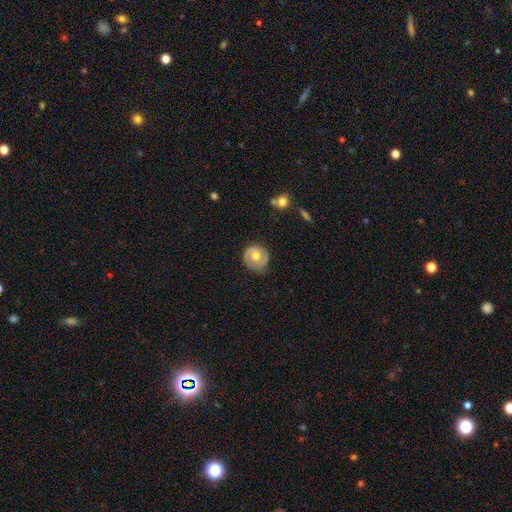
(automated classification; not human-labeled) A featured or disk galaxy (52%).

Vote fractions:
- Smooth or featured? featured or disk: 52% / smooth: 42% / star or artifact: 6%
- Edge-on disk? no: 97% / yes: 3%
- Merging? none: 80% / minor disturbance: 15% / major disturbance: 4% / merger: 1%